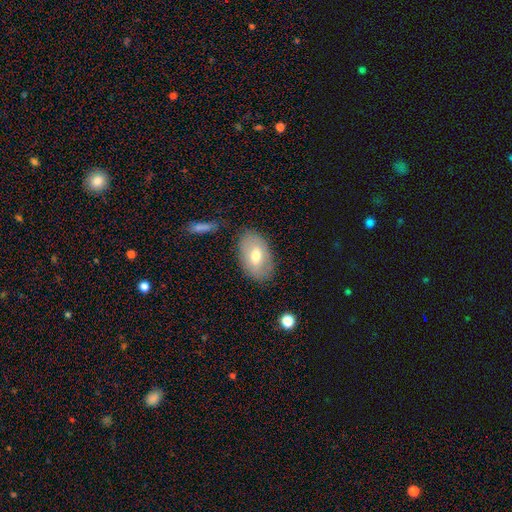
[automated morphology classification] Overall: smooth (61%; featured or disk 32%). How rounded: in between (91%). Merging: none (81%).